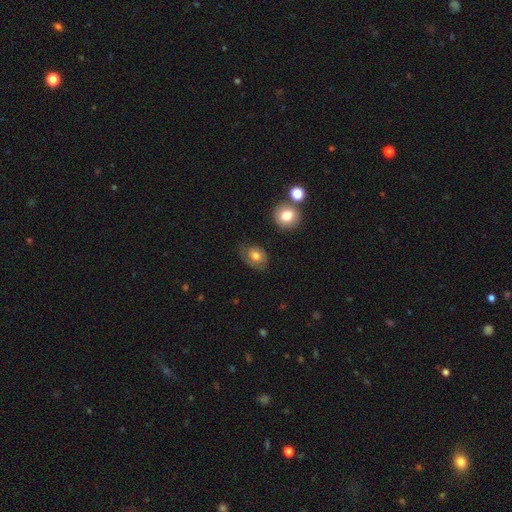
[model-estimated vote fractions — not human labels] This is likely a smooth galaxy (67%). How rounded: likely in between (63%). Merging: likely none (63%).